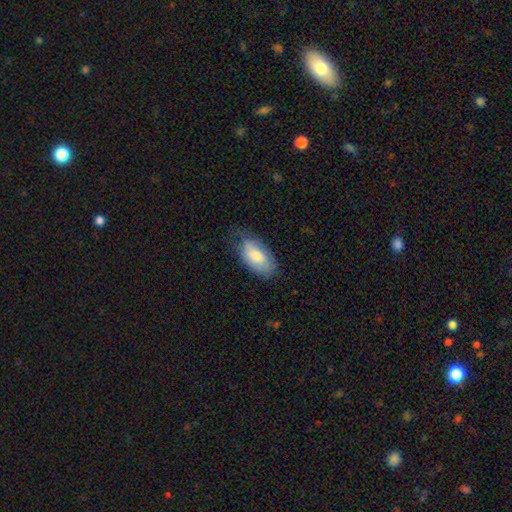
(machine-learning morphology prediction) Smooth or featured? Predicted: smooth (p=0.72). How rounded? Predicted: in between (p=0.94). Merging? Predicted: none (p=0.57).